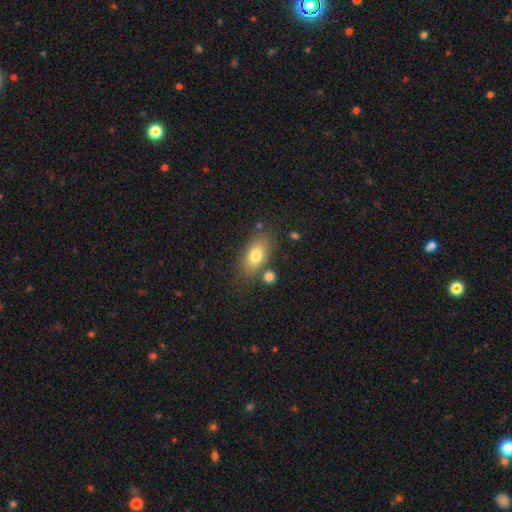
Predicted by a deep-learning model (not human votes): The model was most divided on "merging": none: 70%, minor disturbance: 15%, merger: 11%, major disturbance: 5%. More confident: how rounded — in between (84%); smooth or featured — smooth (77%).